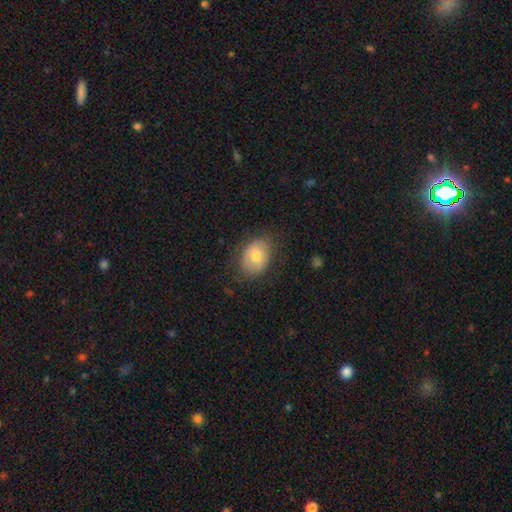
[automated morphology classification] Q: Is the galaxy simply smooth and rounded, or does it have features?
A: smooth — 74%.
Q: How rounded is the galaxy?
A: in between — 73%.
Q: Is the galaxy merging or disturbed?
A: none — 76%.